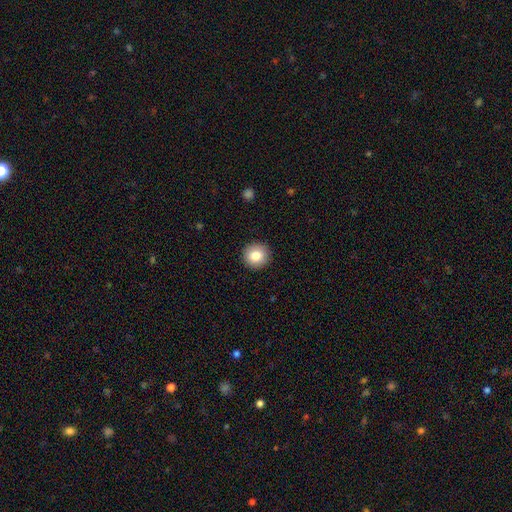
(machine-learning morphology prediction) type=smooth (82%); roundness=round (94%); merging=none (92%).